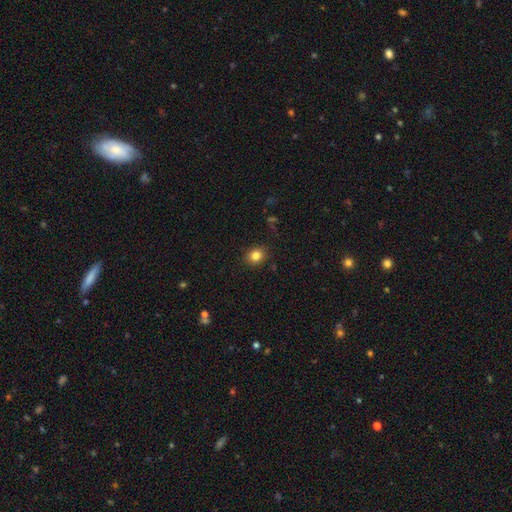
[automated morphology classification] Smooth or featured? Predicted: smooth (p=0.83). How rounded? Predicted: round (p=0.63). Merging? Predicted: none (p=0.88).